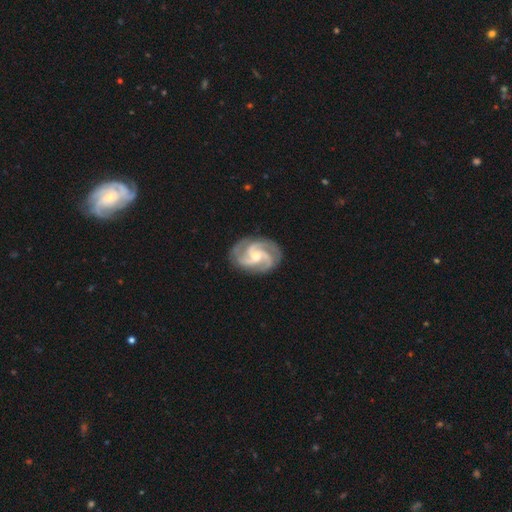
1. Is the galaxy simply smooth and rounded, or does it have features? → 92% featured or disk, 5% smooth, 3% star or artifact.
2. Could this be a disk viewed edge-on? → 94% no, 6% yes.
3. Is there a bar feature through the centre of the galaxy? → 73% no, 15% strong, 12% weak.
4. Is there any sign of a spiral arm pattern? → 100% yes, 0% no.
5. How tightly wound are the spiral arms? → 76% medium, 21% tight, 3% loose.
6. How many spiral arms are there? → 97% 3, 3% 2, 0% 1, 0% 4, 0% more than 4, 0% can't tell.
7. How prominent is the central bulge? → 61% moderate, 24% small, 12% large, 3% none, 0% dominant.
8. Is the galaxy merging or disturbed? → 86% none, 5% minor disturbance, 5% major disturbance, 3% merger.